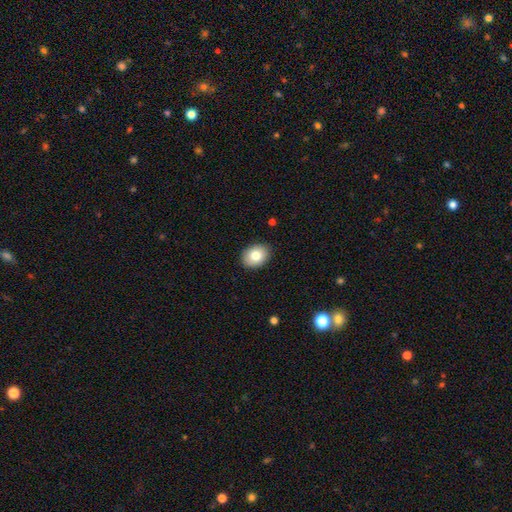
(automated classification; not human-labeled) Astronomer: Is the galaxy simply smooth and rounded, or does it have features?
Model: smooth — 81%.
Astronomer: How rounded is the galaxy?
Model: in between — 63%.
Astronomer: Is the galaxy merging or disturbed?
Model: none — 89%.